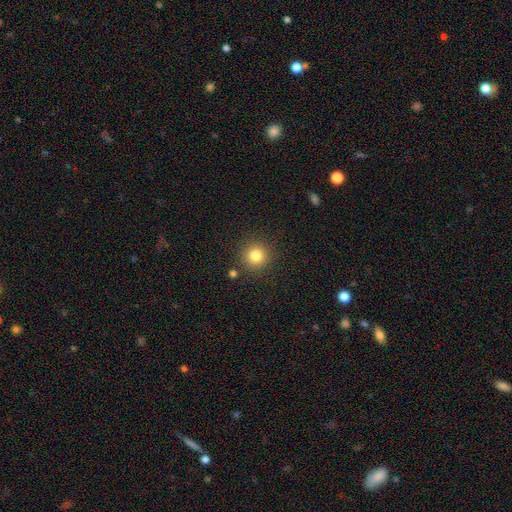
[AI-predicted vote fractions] Morphology: type=smooth (82%); roundness=round (94%); merging=none (87%).